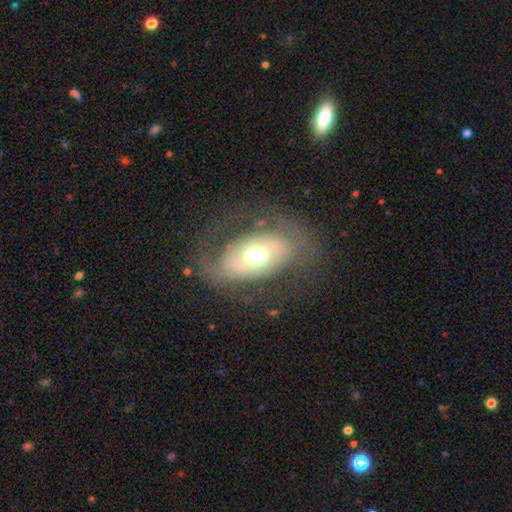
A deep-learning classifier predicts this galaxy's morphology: Overall: featured or disk (53%; smooth 37%). Edge-on disk: no (91%). Merging: none (62%).